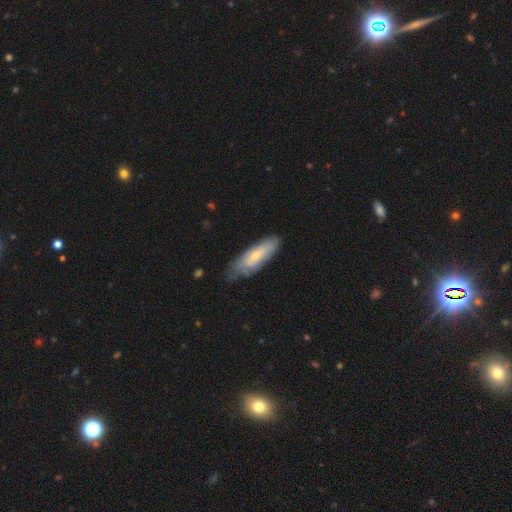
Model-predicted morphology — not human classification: Overall: smooth (51%; featured or disk 43%). How rounded: in between (55%; cigar-shaped 43%). Merging: none (56%; minor disturbance 32%).